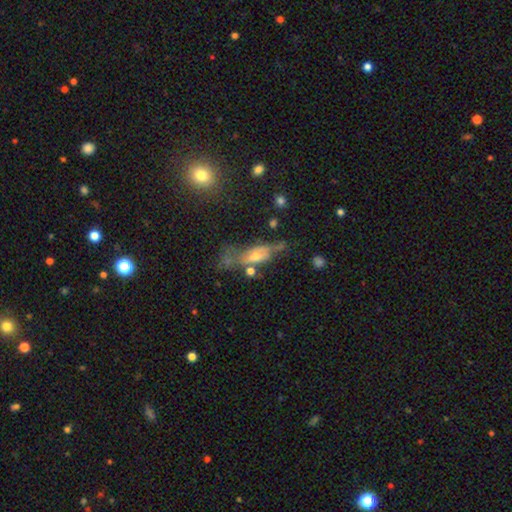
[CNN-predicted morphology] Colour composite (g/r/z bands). It shows a featured or disk galaxy (48%). Merging: none (36%).